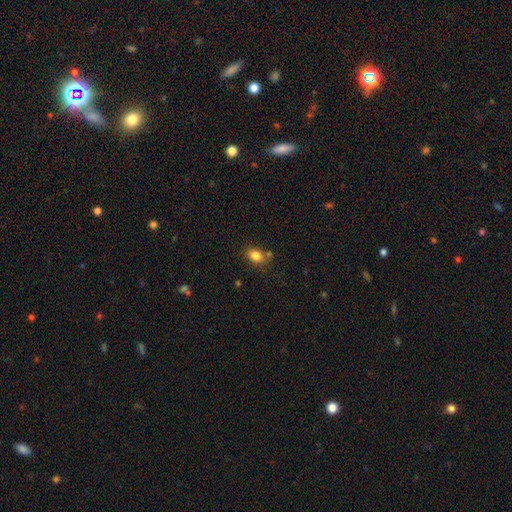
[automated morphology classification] Q: Smooth or featured?
A: smooth (83%); runner-up: star or artifact (10%)
Q: How rounded?
A: in between (72%); runner-up: round (26%)
Q: Merging?
A: none (72%); runner-up: minor disturbance (14%)